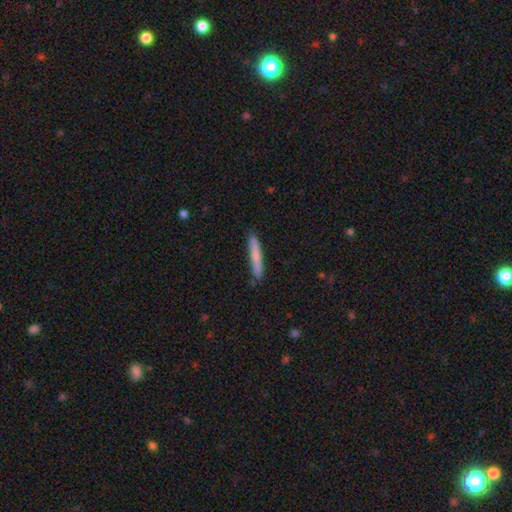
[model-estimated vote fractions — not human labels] Overall: smooth (74%). How rounded: cigar-shaped (95%). Merging: none (88%).